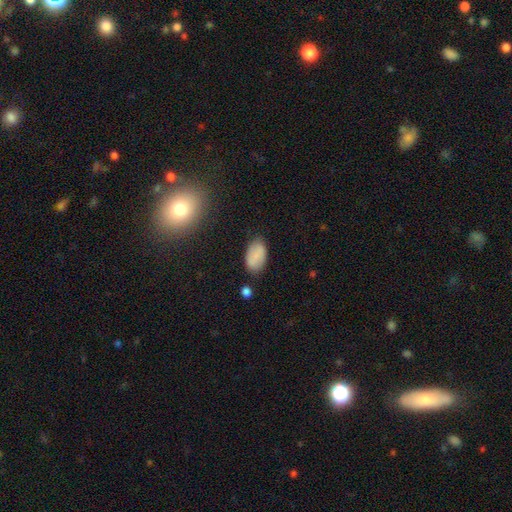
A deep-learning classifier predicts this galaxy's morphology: Smooth or featured: smooth — 83% (featured or disk — 10%)
How rounded: in between — 94% (round — 4%)
Merging: none — 79% (minor disturbance — 15%)